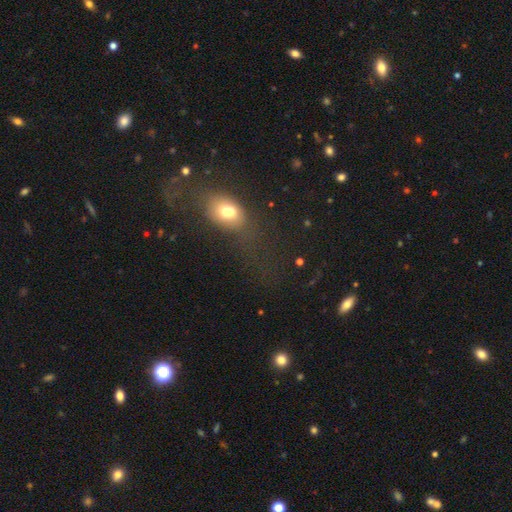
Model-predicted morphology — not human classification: Smooth or featured? smooth (50%)
How rounded? in between (54%)
Merging? none (48%)